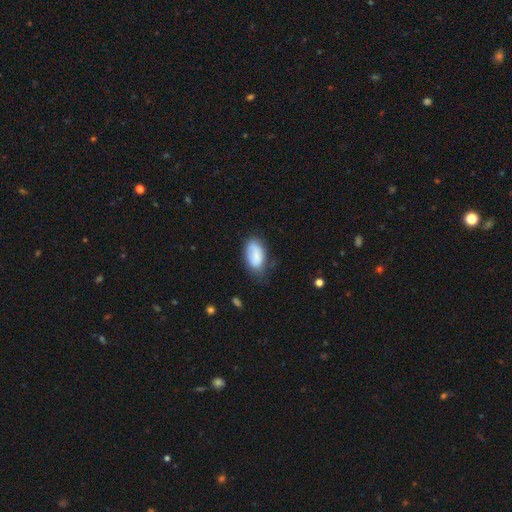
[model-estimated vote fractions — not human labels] Smooth or featured? smooth (78%)
How rounded? in between (93%)
Merging? none (54%)